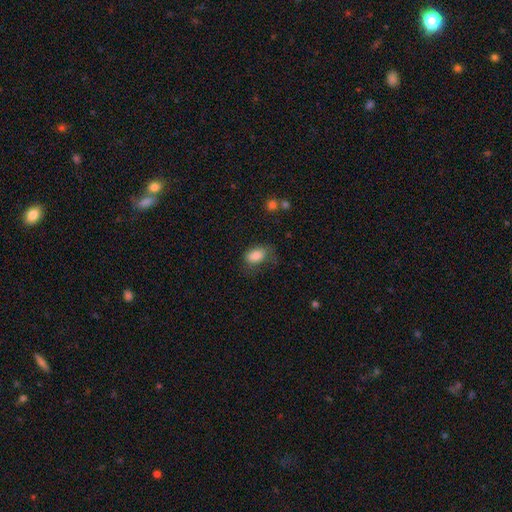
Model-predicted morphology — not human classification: The model was most divided on "merging": none: 53%, minor disturbance: 29%, major disturbance: 16%, merger: 2%. More confident: how rounded — in between (88%); smooth or featured — smooth (85%).